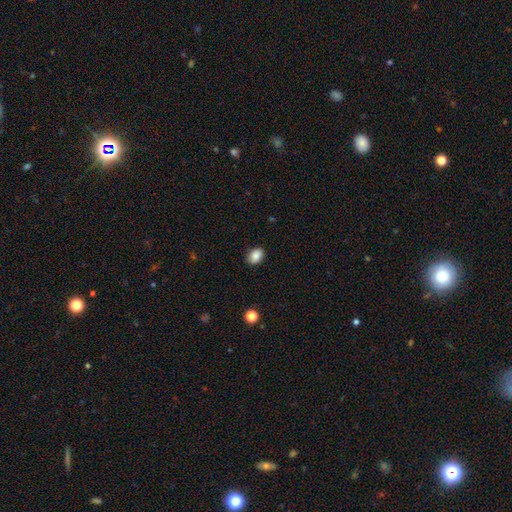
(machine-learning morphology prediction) Smooth or featured?
  - smooth: 87% *
  - star or artifact: 8%
  - featured or disk: 5%
How rounded?
  - in between: 75% *
  - round: 24%
  - cigar-shaped: 1%
Merging?
  - none: 88% *
  - minor disturbance: 9%
  - major disturbance: 2%
  - merger: 1%